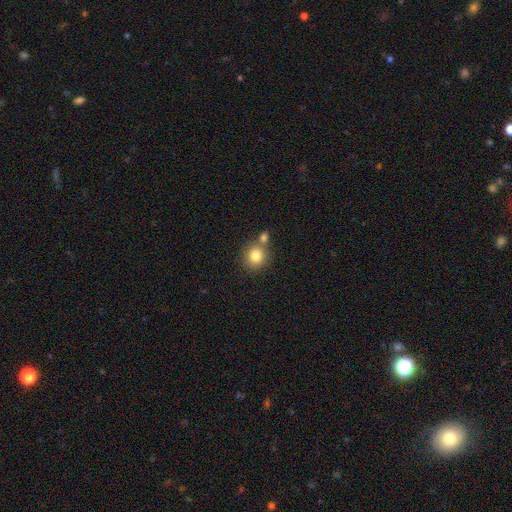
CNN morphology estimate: Smooth or featured? Predicted: smooth (p=0.81). How rounded? Predicted: round (p=0.88). Merging? Predicted: none (p=0.62).